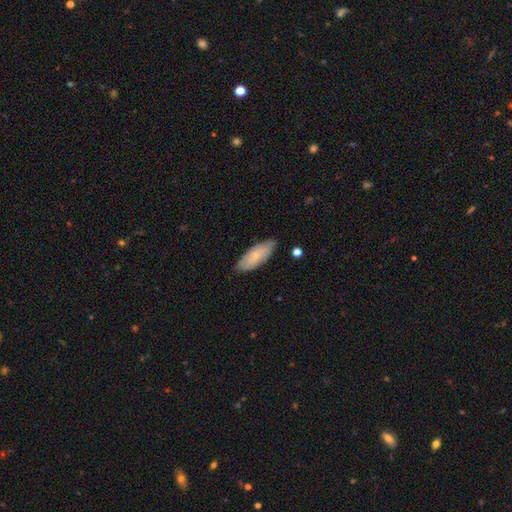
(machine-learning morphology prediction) Smooth or featured? Predicted: smooth (p=0.65). How rounded? Predicted: in between (p=0.78). Merging? Predicted: none (p=0.80).